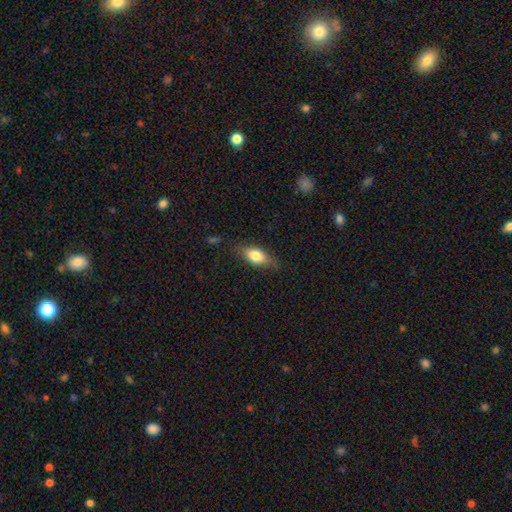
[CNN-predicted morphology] Q: Smooth or featured?
A: smooth (77%); runner-up: featured or disk (16%)
Q: How rounded?
A: in between (84%); runner-up: cigar-shaped (11%)
Q: Merging?
A: none (75%); runner-up: minor disturbance (19%)